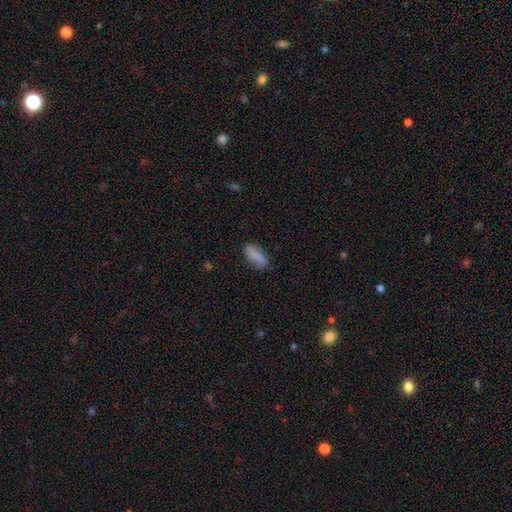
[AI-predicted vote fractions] Smooth or featured: smooth — 84% (featured or disk — 9%)
How rounded: in between — 79% (cigar-shaped — 19%)
Merging: none — 77% (minor disturbance — 17%)